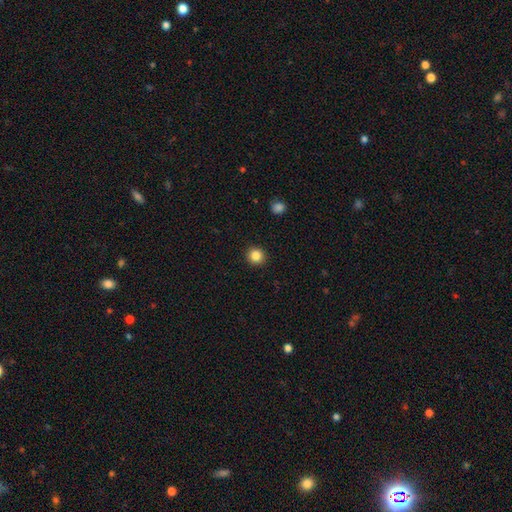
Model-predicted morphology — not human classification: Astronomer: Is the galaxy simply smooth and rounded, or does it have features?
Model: smooth — 85%.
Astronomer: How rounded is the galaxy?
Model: round — 93%.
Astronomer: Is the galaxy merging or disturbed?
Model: none — 93%.